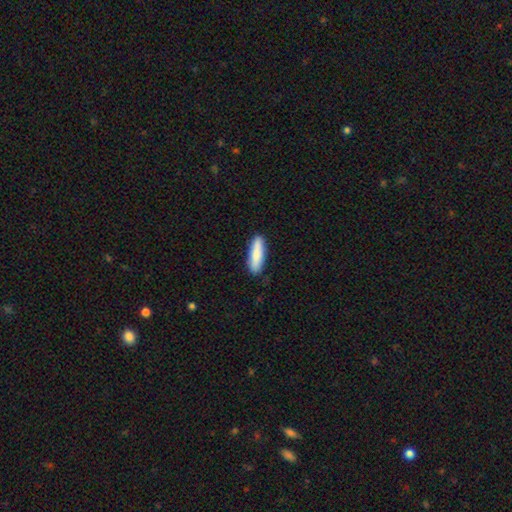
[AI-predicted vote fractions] Smooth or featured: smooth — 84% (featured or disk — 11%)
How rounded: cigar-shaped — 66% (in between — 32%)
Merging: none — 87% (minor disturbance — 10%)